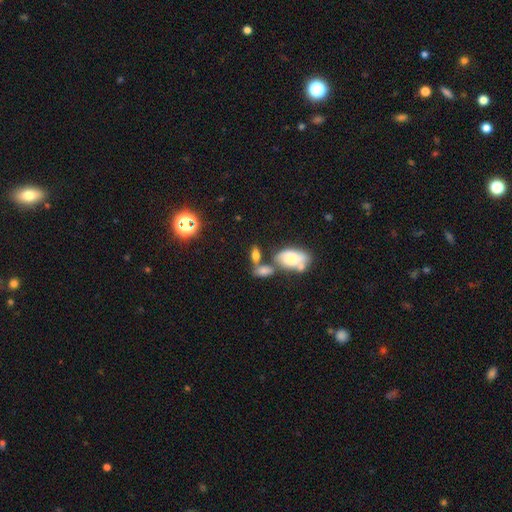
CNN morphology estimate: Smooth or featured? Predicted: smooth (p=0.63). How rounded? Predicted: in between (p=0.75). Merging? Predicted: none (p=0.49).